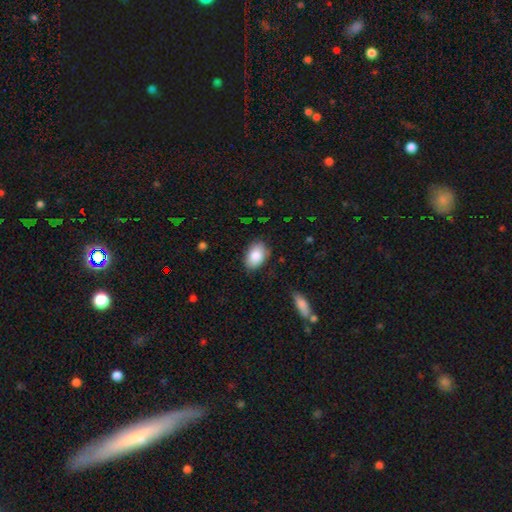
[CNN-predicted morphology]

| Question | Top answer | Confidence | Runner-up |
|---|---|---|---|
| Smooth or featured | smooth | 86% | featured or disk (7%) |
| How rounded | in between | 87% | round (12%) |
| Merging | none | 78% | minor disturbance (17%) |